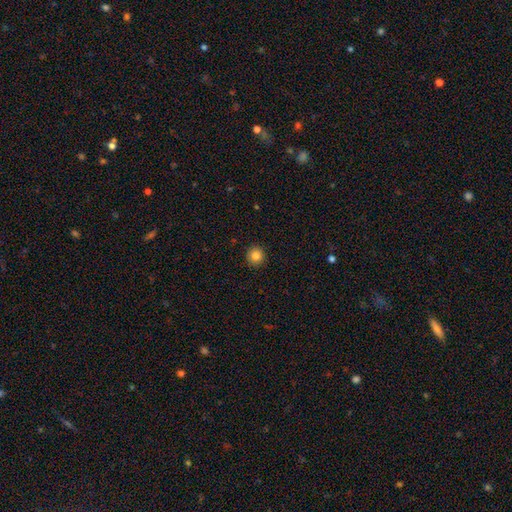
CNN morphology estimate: This appears to be a smooth galaxy with no disk features (85%) that is round (94%). Merging: none (92%).